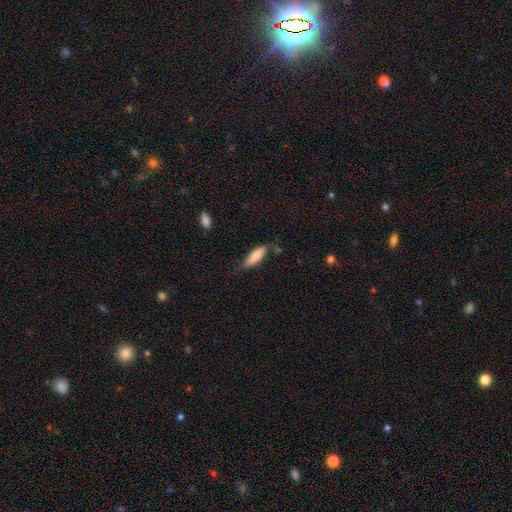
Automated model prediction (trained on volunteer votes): Overall: smooth (82%). How rounded: in between (53%; cigar-shaped 46%). Merging: none (56%; minor disturbance 32%).